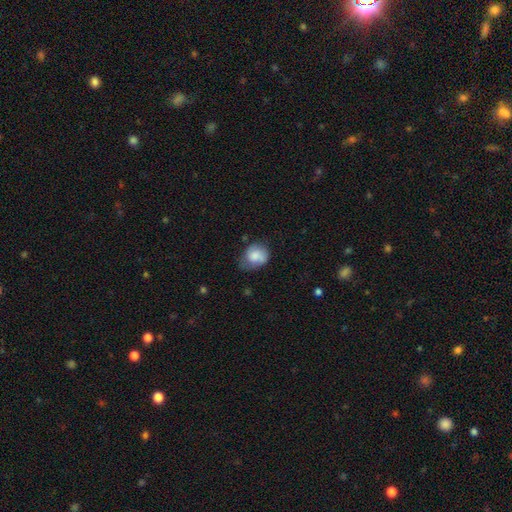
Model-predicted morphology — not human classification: Overall: smooth (75%). How rounded: in between (52%; round 47%). Merging: none (47%; minor disturbance 37%).